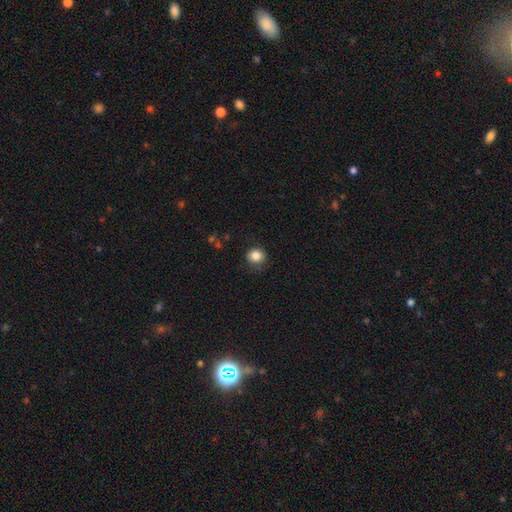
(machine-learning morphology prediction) This is clearly a smooth galaxy (85%). How rounded: clearly round (83%). Merging: likely none (79%).